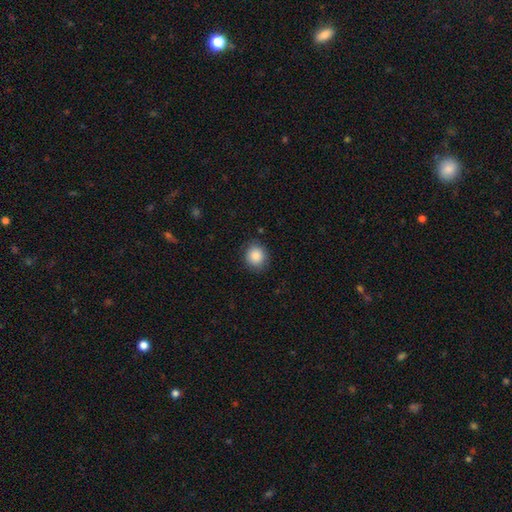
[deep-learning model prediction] Morphology: type=smooth (88%); roundness=round (80%); merging=none (86%).